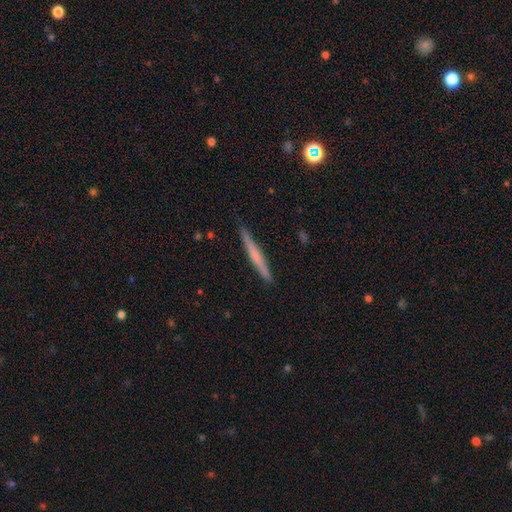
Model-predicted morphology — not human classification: Smooth or featured?
  - smooth: 51% *
  - featured or disk: 43%
  - star or artifact: 6%
How rounded?
  - cigar-shaped: 96% *
  - in between: 2%
  - round: 1%
Merging?
  - none: 89% *
  - minor disturbance: 8%
  - major disturbance: 1%
  - merger: 1%